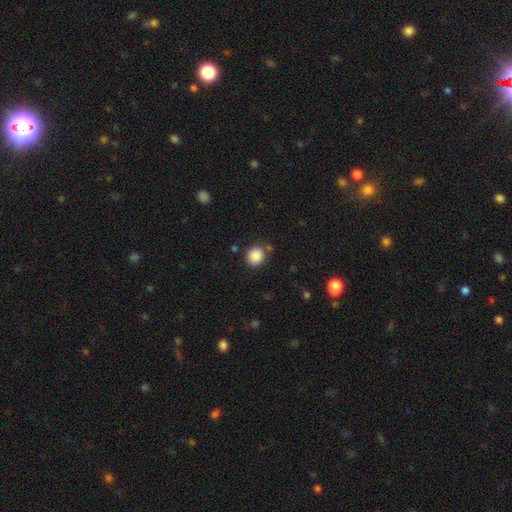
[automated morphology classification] Smooth or featured? smooth (87%)
How rounded? round (85%)
Merging? none (82%)